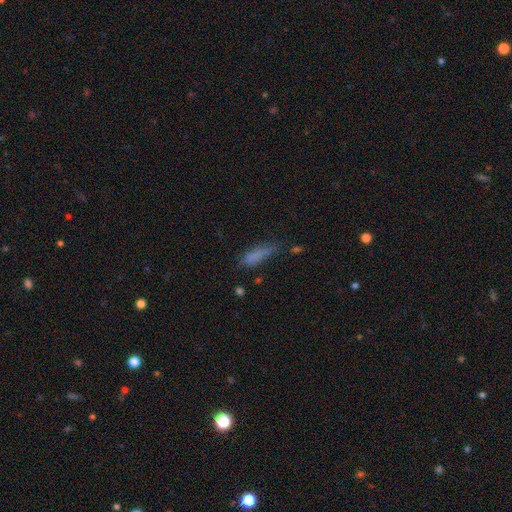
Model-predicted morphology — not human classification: Smooth or featured? smooth (75%)
How rounded? cigar-shaped (64%)
Merging? none (48%)